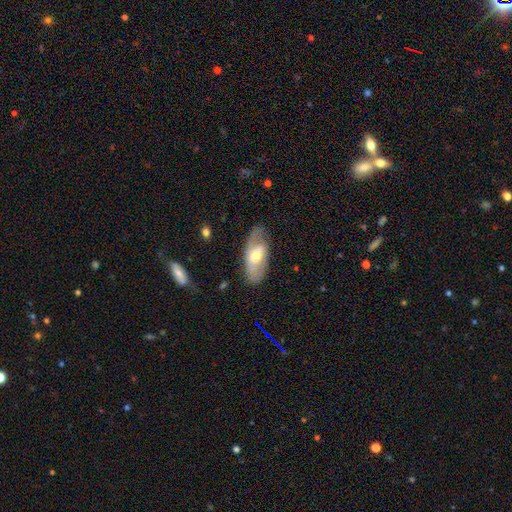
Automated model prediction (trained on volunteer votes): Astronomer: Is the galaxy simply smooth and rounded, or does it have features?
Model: featured or disk — 62%.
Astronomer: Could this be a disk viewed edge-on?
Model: no — 88%.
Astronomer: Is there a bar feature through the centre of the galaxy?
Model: no — 44% (runner-up: weak, 41%).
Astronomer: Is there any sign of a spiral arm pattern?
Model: yes — 71%.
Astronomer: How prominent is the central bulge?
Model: moderate — 63%.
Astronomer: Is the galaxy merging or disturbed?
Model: none — 73%.